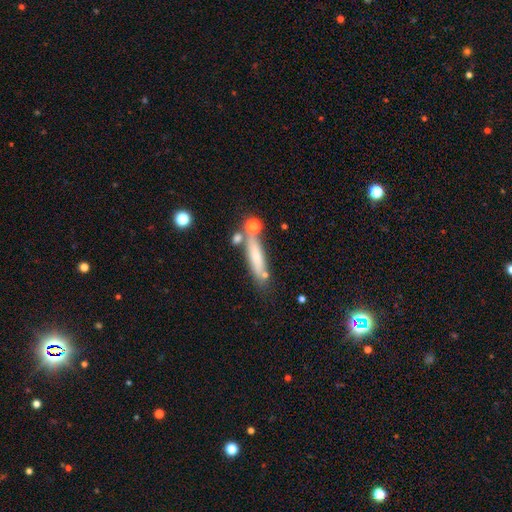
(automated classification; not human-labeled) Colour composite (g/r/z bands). It shows a smooth galaxy with no disk features (61%) that is cigar-shaped (83%). Merging: none (63%).